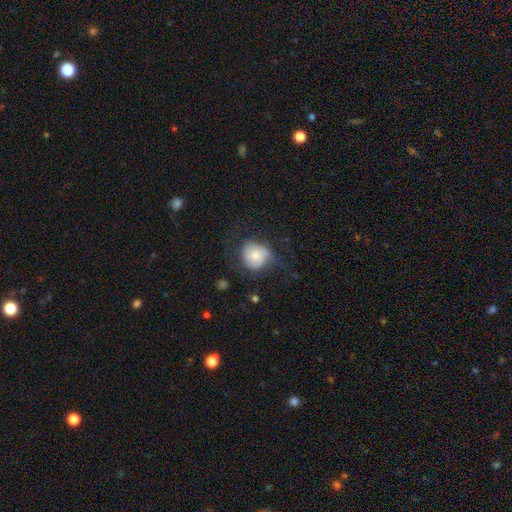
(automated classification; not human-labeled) smooth-or-featured: smooth: 66% | featured or disk: 26% | star or artifact: 8%
  how-rounded: round: 80% | in between: 20% | cigar-shaped: 1%
  merging: none: 53% | minor disturbance: 27% | major disturbance: 18% | merger: 2%